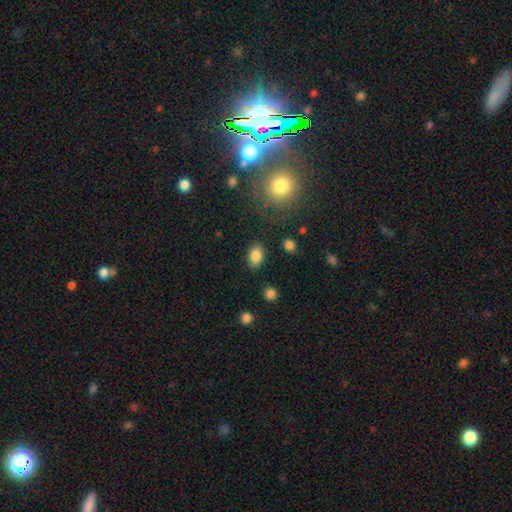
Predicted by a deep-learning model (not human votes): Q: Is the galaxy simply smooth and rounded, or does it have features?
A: smooth — 85%.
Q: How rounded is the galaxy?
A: in between — 85%.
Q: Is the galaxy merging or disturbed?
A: none — 85%.